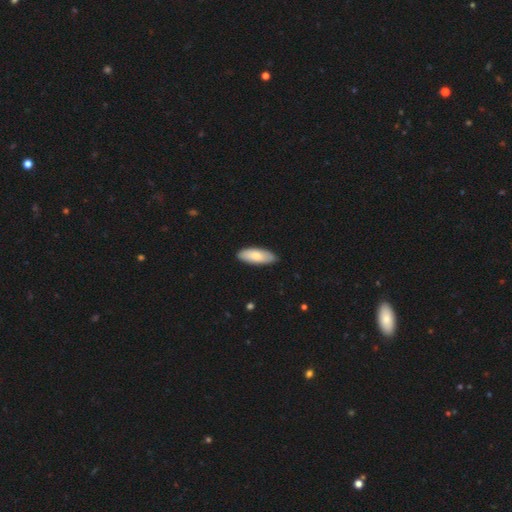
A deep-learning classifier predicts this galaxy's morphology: smooth-or-featured: smooth: 78% | featured or disk: 17% | star or artifact: 5%
  how-rounded: in between: 76% | cigar-shaped: 22% | round: 2%
  merging: none: 88% | minor disturbance: 10% | major disturbance: 2% | merger: 1%